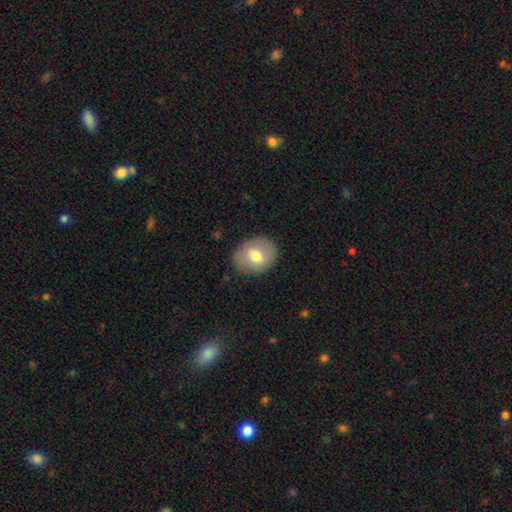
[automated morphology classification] smooth 71%, featured or disk 22%, star or artifact 7%. Down the decision tree: how rounded — round (54%); merging — none (85%).